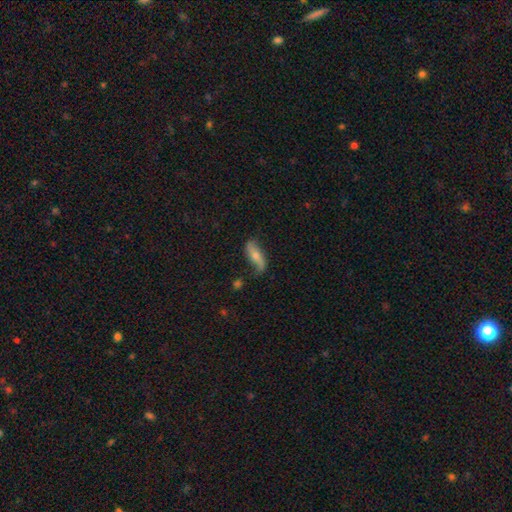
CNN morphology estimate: The model was most divided on "smooth or featured": featured or disk: 47%, smooth: 46%, star or artifact: 7%. More confident: merging — none (64%).